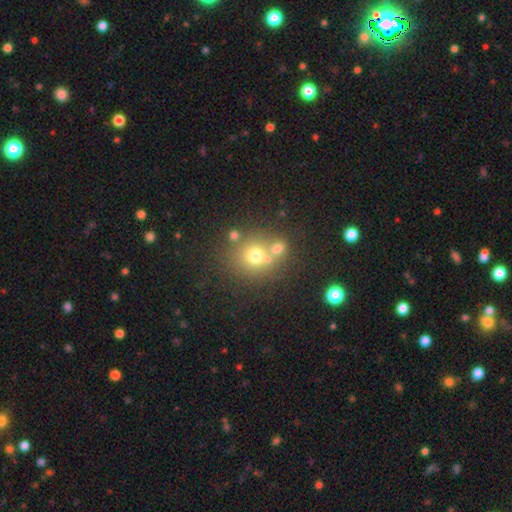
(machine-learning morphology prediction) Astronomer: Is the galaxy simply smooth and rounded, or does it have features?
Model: smooth — 67%.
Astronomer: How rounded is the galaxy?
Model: round — 83%.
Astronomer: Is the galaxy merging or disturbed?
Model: none — 57%.